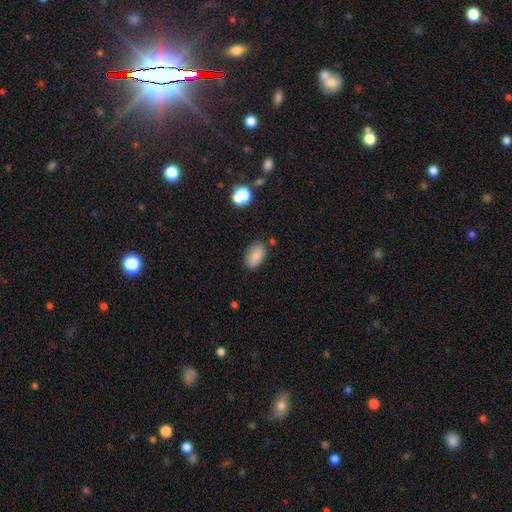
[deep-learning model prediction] A smooth galaxy with no disk features (84%) that is in between round and cigar-shaped (91%). Merging: none (79%).